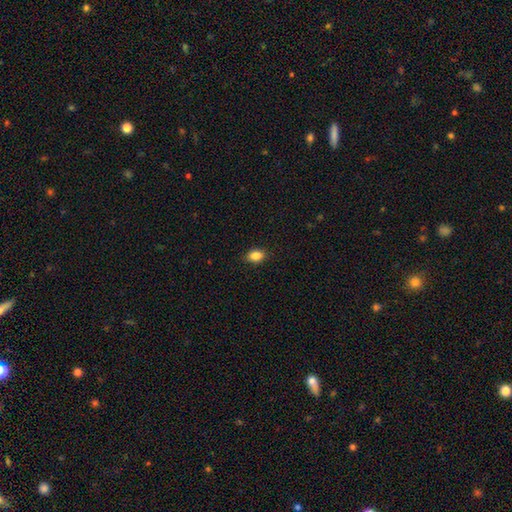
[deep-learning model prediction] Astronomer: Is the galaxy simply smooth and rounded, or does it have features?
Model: smooth — 86%.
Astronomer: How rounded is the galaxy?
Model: in between — 76%.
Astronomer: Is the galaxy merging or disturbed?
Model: none — 88%.